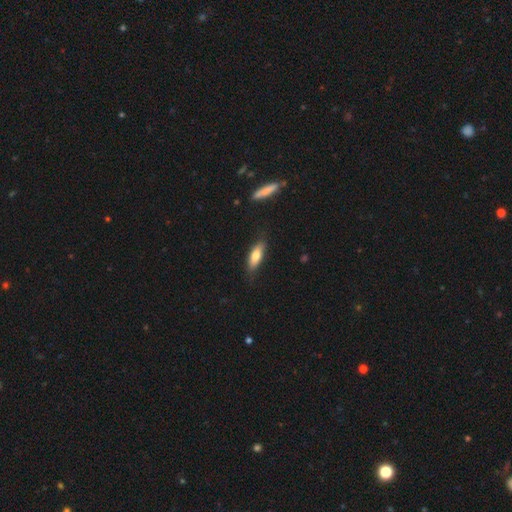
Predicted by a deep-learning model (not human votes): Smooth or featured? Predicted: smooth (p=0.73). How rounded? Predicted: in between (p=0.55). Merging? Predicted: none (p=0.80).